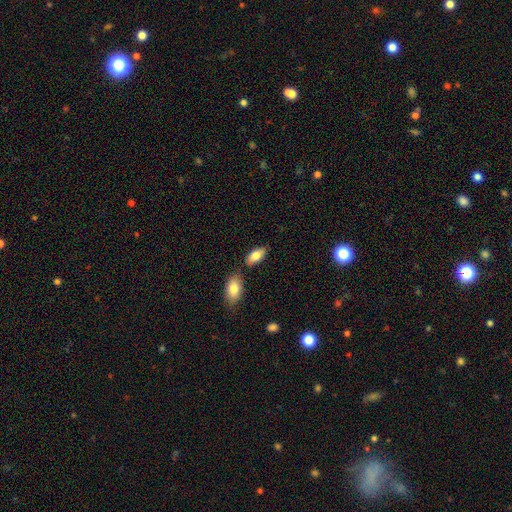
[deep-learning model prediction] smooth_or_featured: smooth (p=0.80) [alt: featured or disk p=0.13]
how_rounded: in between (p=0.90) [alt: cigar-shaped p=0.07]
merging: none (p=0.72) [alt: minor disturbance p=0.12]